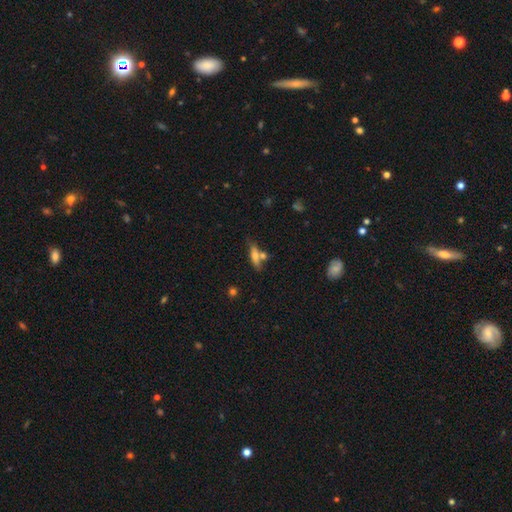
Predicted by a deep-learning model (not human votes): Q: Smooth or featured?
A: smooth (57%); runner-up: featured or disk (35%)
Q: How rounded?
A: cigar-shaped (58%); runner-up: in between (39%)
Q: Merging?
A: none (57%); runner-up: merger (25%)